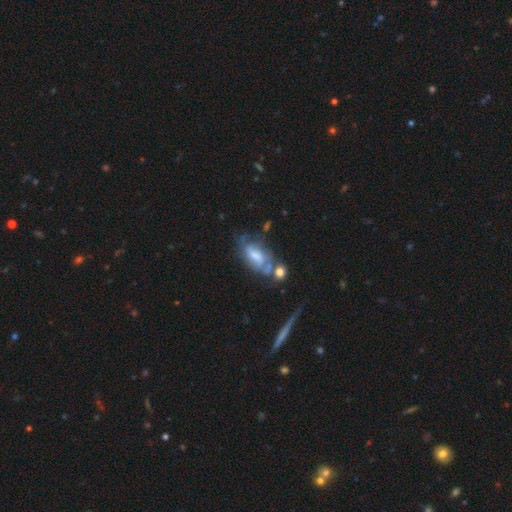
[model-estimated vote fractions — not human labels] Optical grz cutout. It shows a featured or disk galaxy (56%) with no bar (42%, tied with weak), spiral arms (68%) and a moderate central bulge (41%). Merging: none (34%).